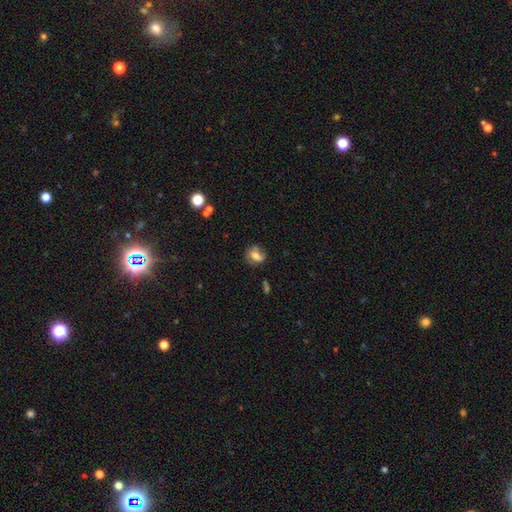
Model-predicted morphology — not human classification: A smooth galaxy with no disk features (52%) that is round (51%). Merging: none (60%).